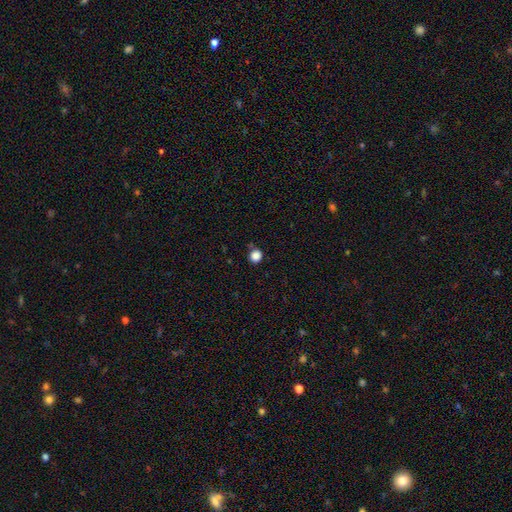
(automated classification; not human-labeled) Morphology: type=smooth (85%); roundness=round (88%); merging=none (82%).